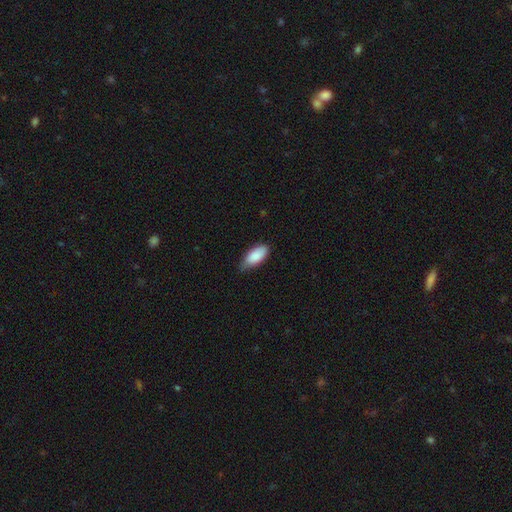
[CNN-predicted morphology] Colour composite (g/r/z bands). It shows a smooth galaxy with no disk features (87%) that is in between round and cigar-shaped (88%). Merging: none (61%).